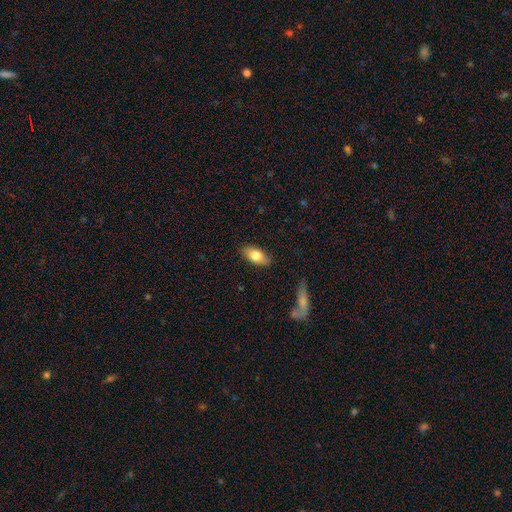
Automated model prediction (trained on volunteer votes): Overall: smooth (78%). How rounded: in between (89%). Merging: none (87%).